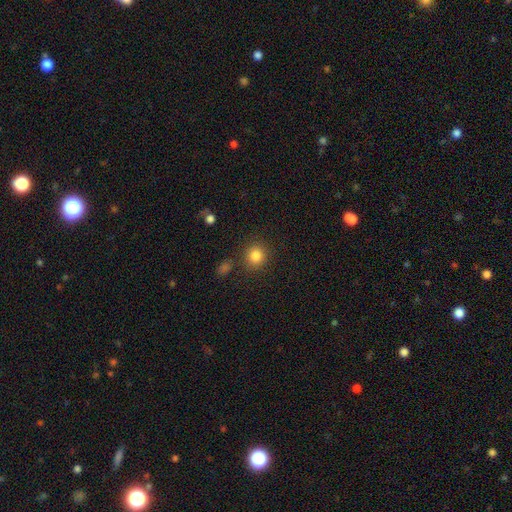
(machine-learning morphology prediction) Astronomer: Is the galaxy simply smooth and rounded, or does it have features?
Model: smooth — 84%.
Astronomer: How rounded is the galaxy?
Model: round — 88%.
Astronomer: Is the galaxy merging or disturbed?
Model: none — 84%.